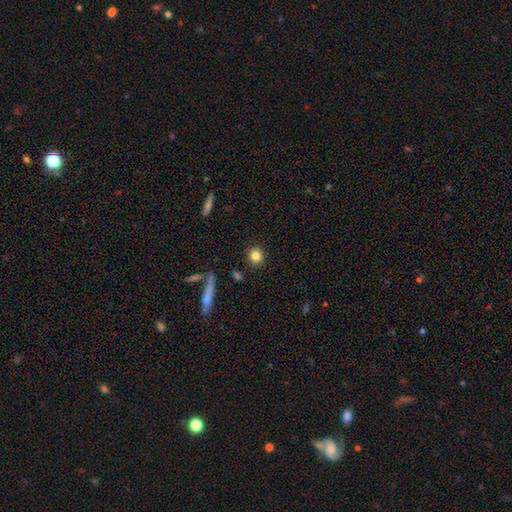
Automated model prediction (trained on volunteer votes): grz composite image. It shows a smooth galaxy with no disk features (82%) that is round (88%). Merging: none (90%).